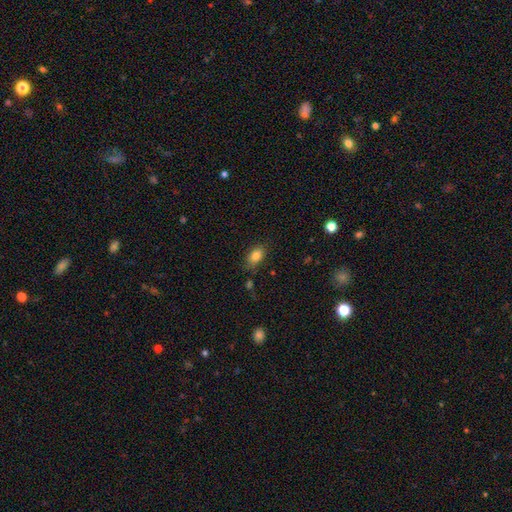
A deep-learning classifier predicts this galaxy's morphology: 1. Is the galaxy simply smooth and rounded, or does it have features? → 83% smooth, 9% star or artifact, 8% featured or disk.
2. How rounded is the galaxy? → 87% in between, 10% round, 3% cigar-shaped.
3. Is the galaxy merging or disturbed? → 78% none, 16% minor disturbance, 4% major disturbance, 3% merger.